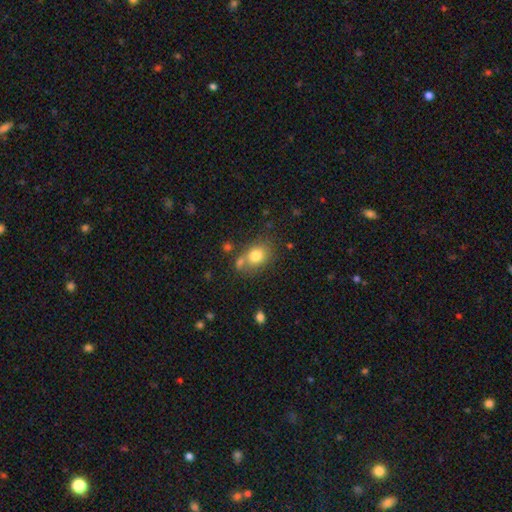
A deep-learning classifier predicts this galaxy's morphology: Q: Smooth or featured?
A: smooth (78%); runner-up: featured or disk (12%)
Q: How rounded?
A: in between (55%); runner-up: round (44%)
Q: Merging?
A: none (60%); runner-up: merger (18%)